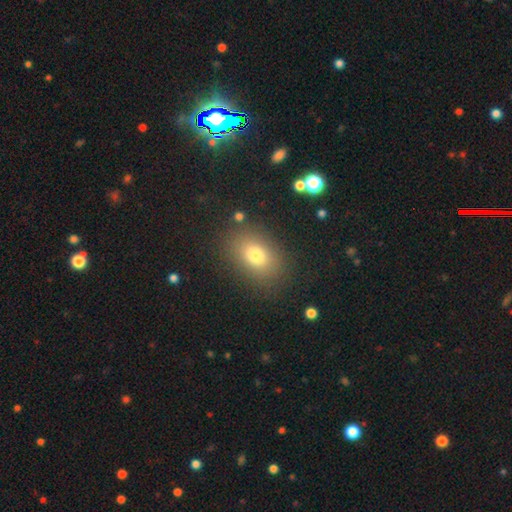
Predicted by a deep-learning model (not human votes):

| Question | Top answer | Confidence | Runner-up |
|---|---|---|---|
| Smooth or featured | smooth | 76% | star or artifact (13%) |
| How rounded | in between | 75% | round (24%) |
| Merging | none | 85% | minor disturbance (9%) |